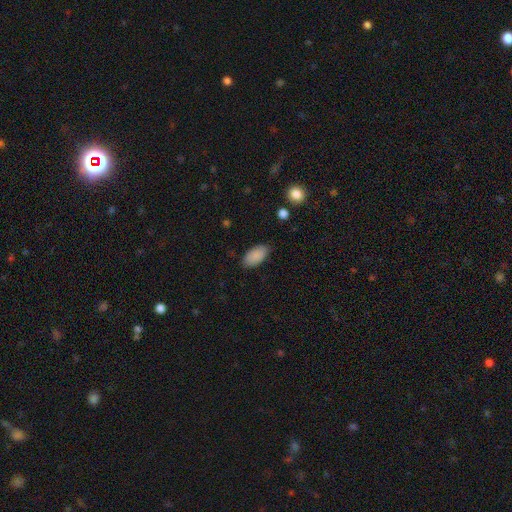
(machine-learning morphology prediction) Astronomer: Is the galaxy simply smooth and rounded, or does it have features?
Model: smooth — 89%.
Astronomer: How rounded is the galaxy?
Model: in between — 94%.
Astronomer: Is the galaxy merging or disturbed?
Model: none — 83%.